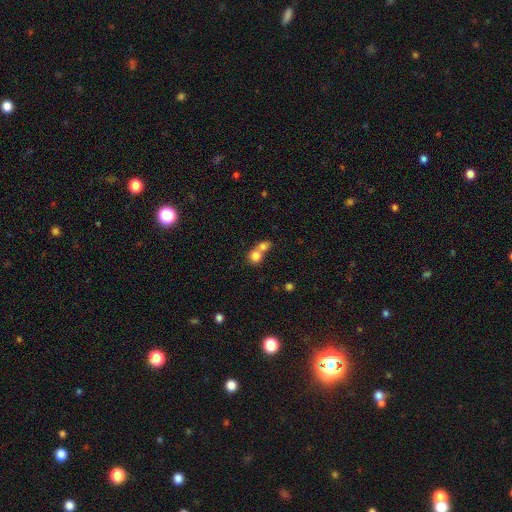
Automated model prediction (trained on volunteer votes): smooth 77%, featured or disk 13%, star or artifact 10%. Down the decision tree: how rounded — round (77%); merging — merger (66%).